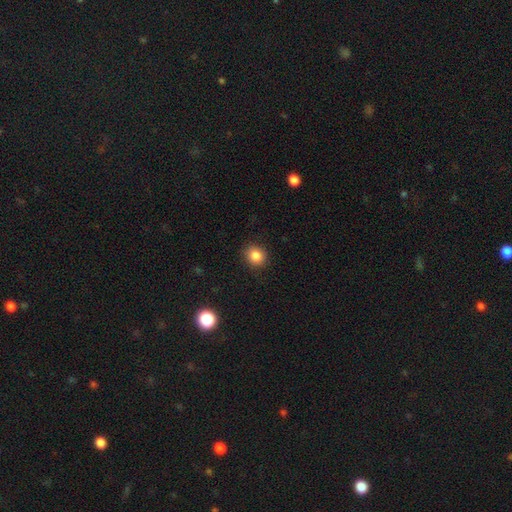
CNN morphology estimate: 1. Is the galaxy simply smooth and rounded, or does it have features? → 85% smooth, 10% star or artifact, 4% featured or disk.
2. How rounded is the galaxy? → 80% round, 19% in between, 1% cigar-shaped.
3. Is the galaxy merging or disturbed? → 89% none, 7% minor disturbance, 2% major disturbance, 1% merger.